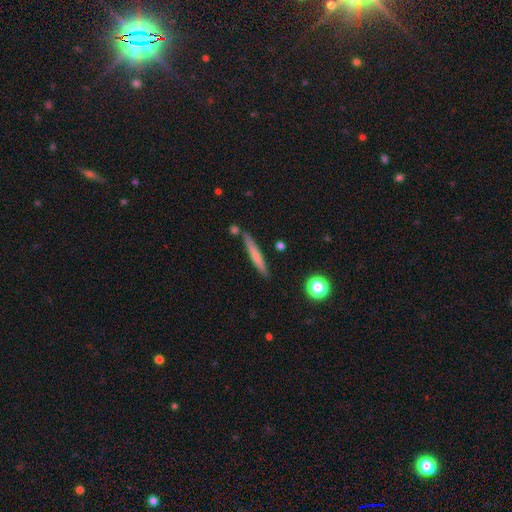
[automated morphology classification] Smooth or featured? smooth (58%)
How rounded? cigar-shaped (94%)
Merging? none (82%)